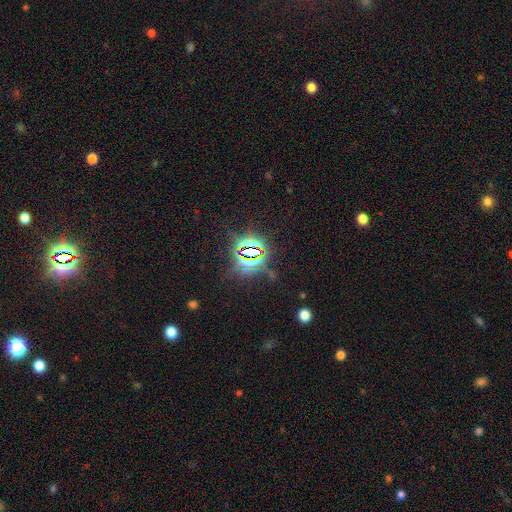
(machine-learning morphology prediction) Smooth or featured?
  - star or artifact: 84% *
  - smooth: 10%
  - featured or disk: 6%